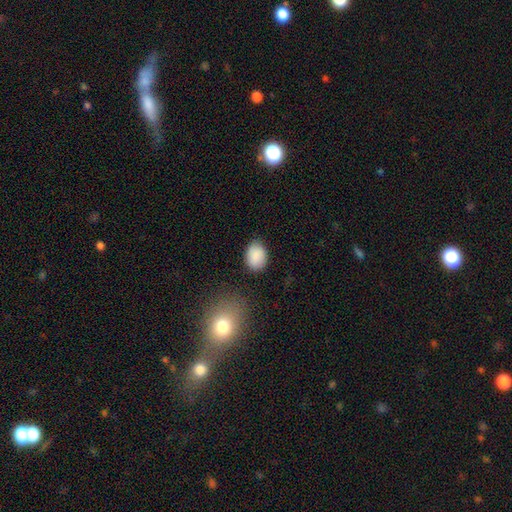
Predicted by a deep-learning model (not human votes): Overall: smooth (88%). How rounded: in between (76%). Merging: none (78%).